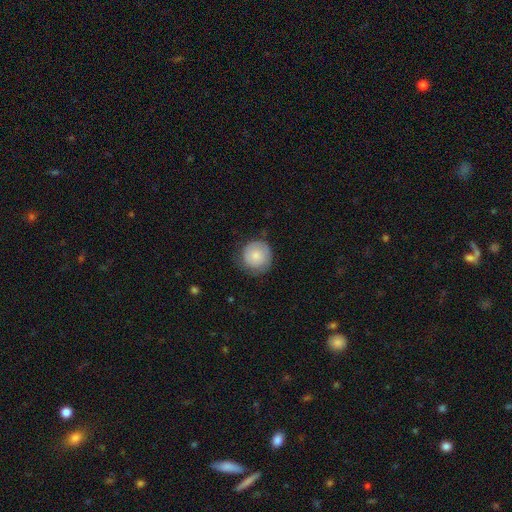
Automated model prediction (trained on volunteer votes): A smooth galaxy with no disk features (74%) that is round (92%).

Vote fractions:
- Smooth or featured? smooth: 74% / featured or disk: 20% / star or artifact: 7%
- How rounded? round: 92% / in between: 7% / cigar-shaped: 1%
- Merging? none: 69% / minor disturbance: 23% / major disturbance: 7% / merger: 1%